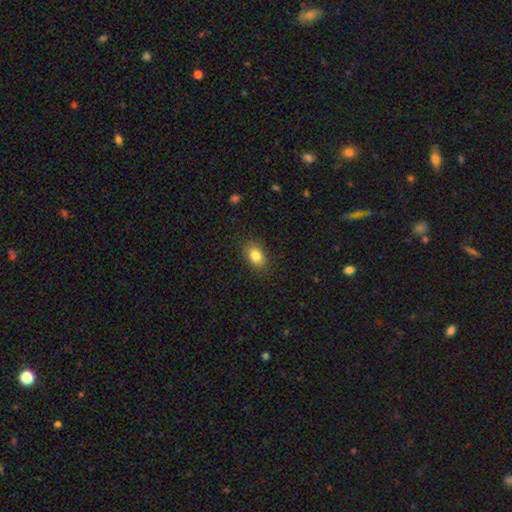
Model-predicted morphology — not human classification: type=smooth (84%); roundness=in between (76%); merging=none (86%).